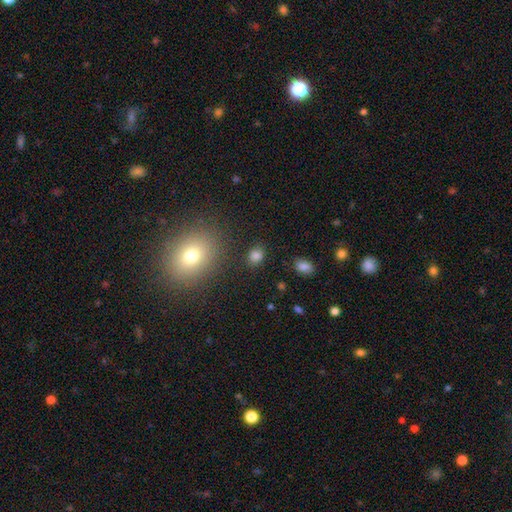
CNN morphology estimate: Smooth or featured? Predicted: smooth (p=0.82). How rounded? Predicted: round (p=0.49, tied with in between). Merging? Predicted: none (p=0.83).